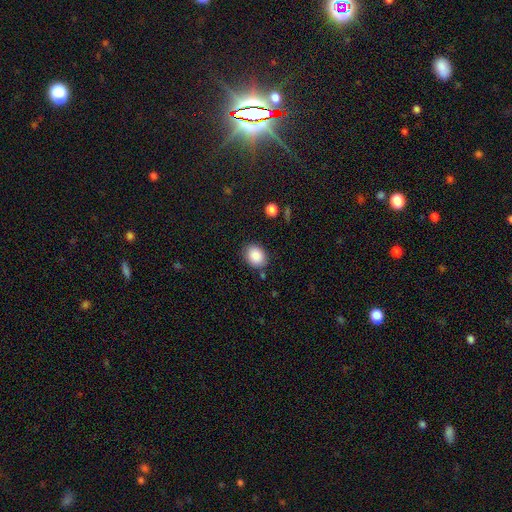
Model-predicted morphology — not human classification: Smooth or featured? Predicted: smooth (p=0.87). How rounded? Predicted: in between (p=0.52). Merging? Predicted: none (p=0.83).